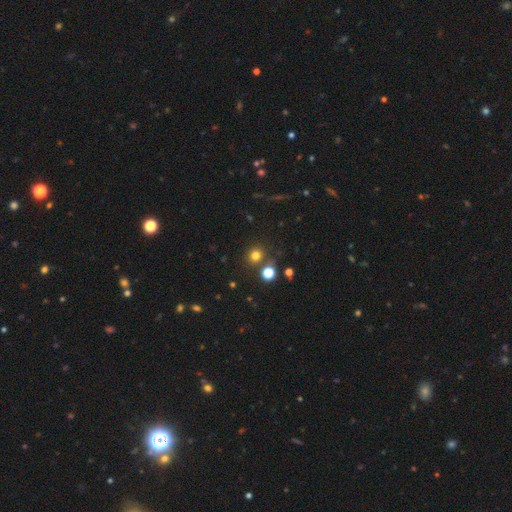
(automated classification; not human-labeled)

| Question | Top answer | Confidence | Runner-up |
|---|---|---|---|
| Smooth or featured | smooth | 75% | star or artifact (19%) |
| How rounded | round | 88% | in between (12%) |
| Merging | none | 79% | merger (10%) |